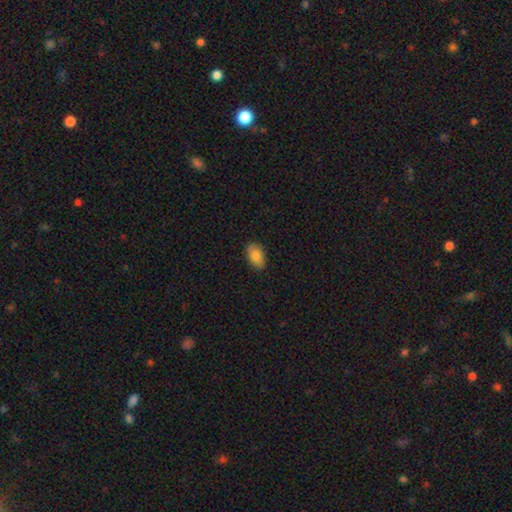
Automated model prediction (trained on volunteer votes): Overall: smooth (84%). How rounded: in between (91%). Merging: none (86%).